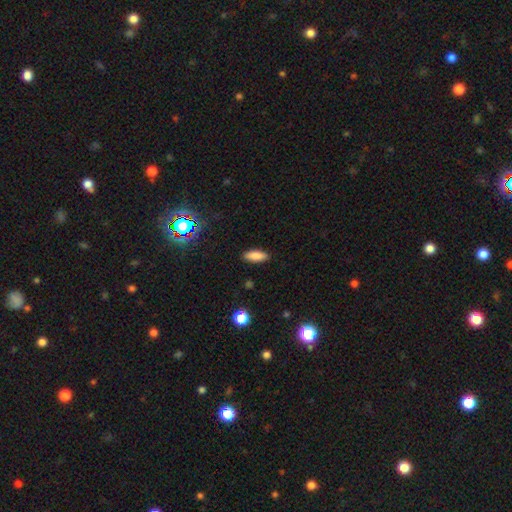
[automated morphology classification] Smooth or featured?
  - smooth: 84% *
  - star or artifact: 10%
  - featured or disk: 6%
How rounded?
  - in between: 73% *
  - cigar-shaped: 24%
  - round: 2%
Merging?
  - none: 89% *
  - minor disturbance: 8%
  - major disturbance: 2%
  - merger: 1%